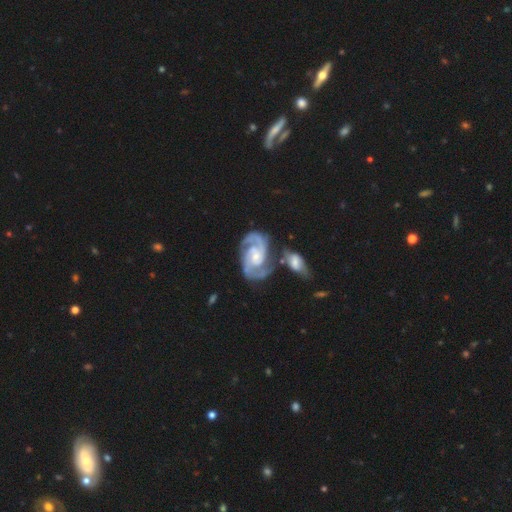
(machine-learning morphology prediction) This appears to be a featured or disk galaxy (92%) with no bar (52%), 2 (88%) medium (48%) spiral arms (98%) and a small central bulge (55%). Merging: none (51%).